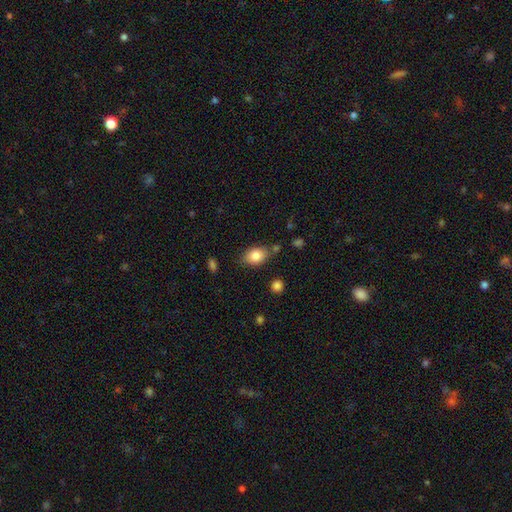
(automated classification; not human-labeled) smooth-or-featured: smooth: 84% | featured or disk: 8% | star or artifact: 8%
  how-rounded: in between: 79% | round: 19% | cigar-shaped: 1%
  merging: none: 74% | minor disturbance: 16% | merger: 6% | major disturbance: 4%